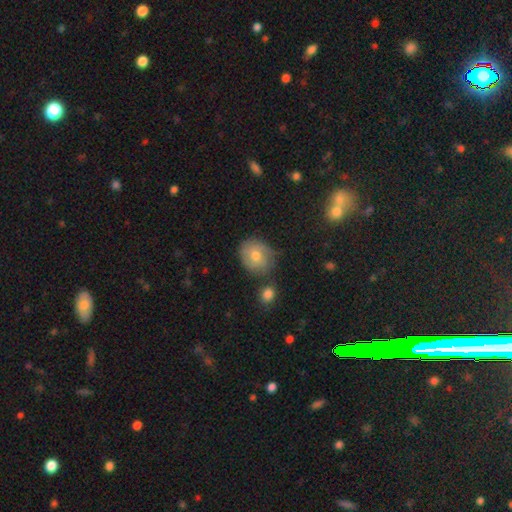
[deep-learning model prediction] Smooth or featured? featured or disk (47%)
Merging? none (65%)